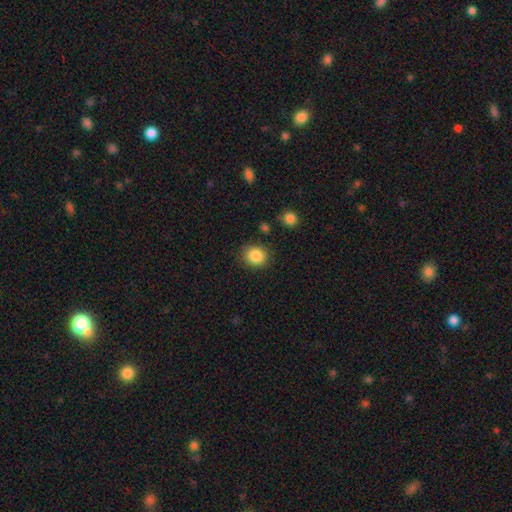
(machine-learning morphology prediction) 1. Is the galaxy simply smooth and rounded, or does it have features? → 86% smooth, 9% star or artifact, 5% featured or disk.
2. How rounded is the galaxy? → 78% round, 21% in between, 1% cigar-shaped.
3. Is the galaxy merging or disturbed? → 85% none, 9% minor disturbance, 3% major disturbance, 2% merger.